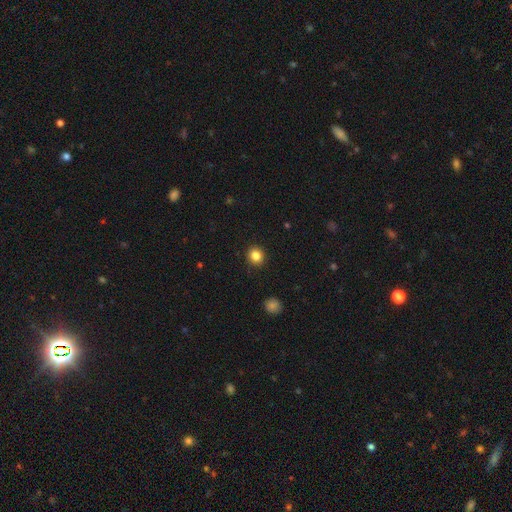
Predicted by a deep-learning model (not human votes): smooth 84%, star or artifact 11%, featured or disk 5%. Down the decision tree: how rounded — round (85%); merging — none (91%).